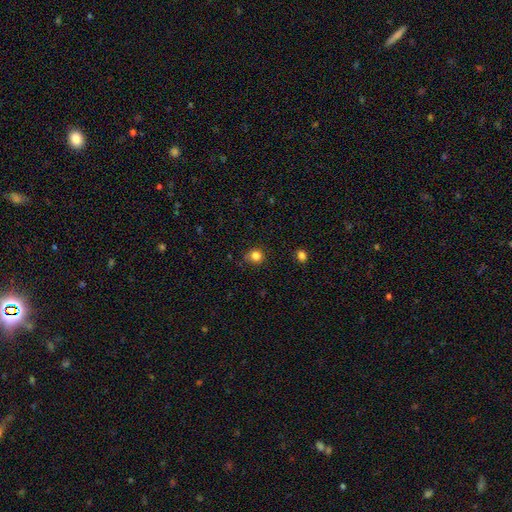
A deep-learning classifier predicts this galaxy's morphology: smooth-or-featured: smooth: 83% | star or artifact: 12% | featured or disk: 5%
  how-rounded: round: 85% | in between: 14% | cigar-shaped: 1%
  merging: none: 78% | minor disturbance: 17% | major disturbance: 4% | merger: 2%